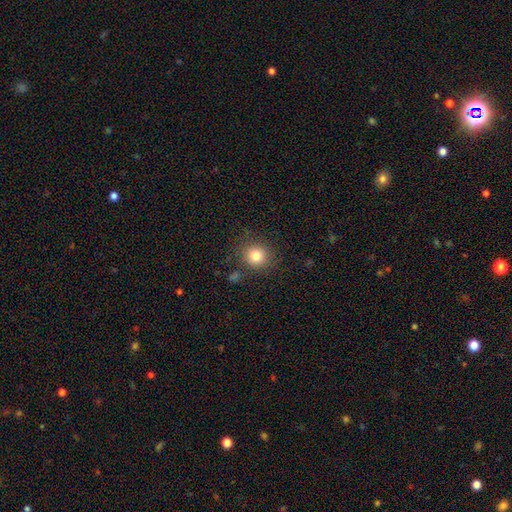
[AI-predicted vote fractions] A smooth galaxy with no disk features (81%) that is round (88%). Merging: none (84%).